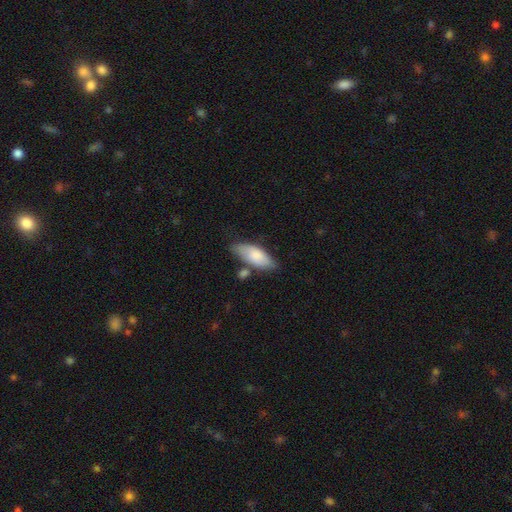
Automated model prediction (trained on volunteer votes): A smooth galaxy with no disk features (77%) that is in between round and cigar-shaped (77%). Merging: none (63%).